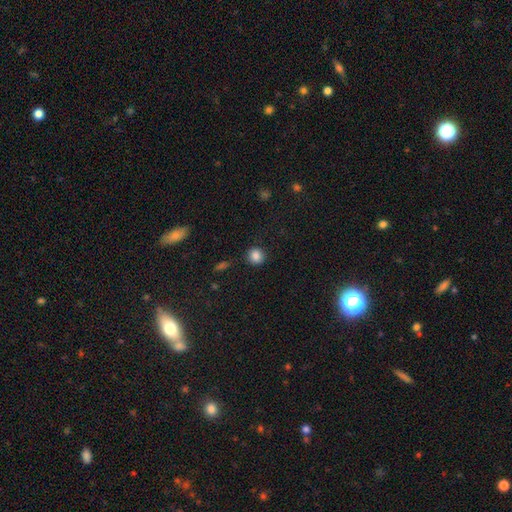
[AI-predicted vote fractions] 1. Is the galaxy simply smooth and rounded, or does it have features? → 85% smooth, 11% star or artifact, 4% featured or disk.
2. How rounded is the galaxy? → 88% round, 11% in between, 1% cigar-shaped.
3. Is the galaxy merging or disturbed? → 86% none, 9% minor disturbance, 3% major disturbance, 2% merger.